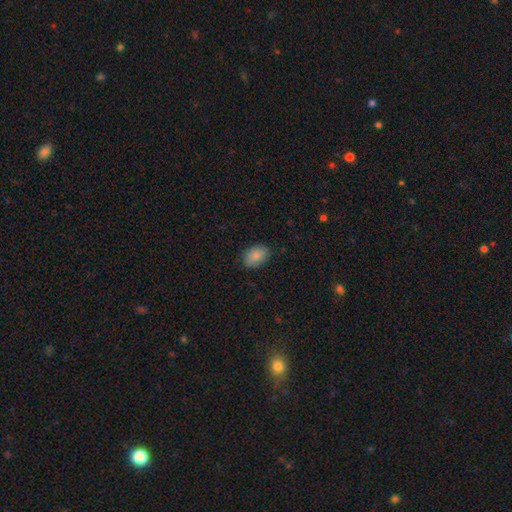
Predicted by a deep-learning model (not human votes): Smooth or featured? Predicted: smooth (p=0.85). How rounded? Predicted: in between (p=0.80). Merging? Predicted: none (p=0.83).